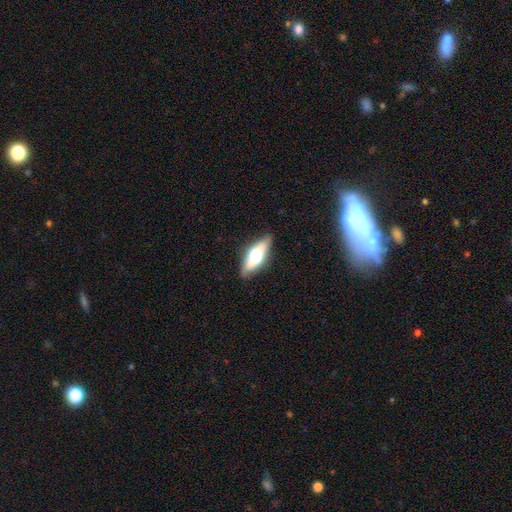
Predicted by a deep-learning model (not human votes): This is possibly a featured or disk galaxy (48%). Merging: clearly none (83%).